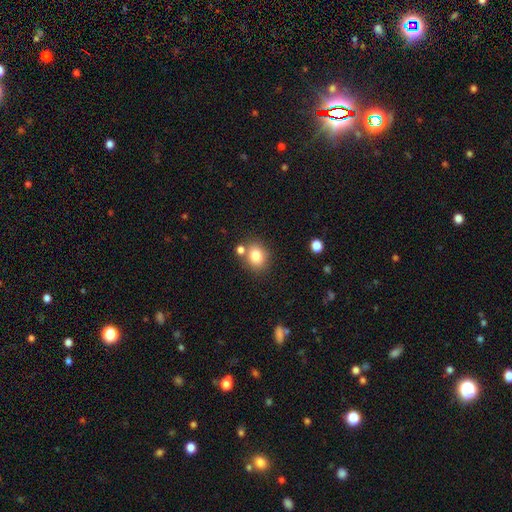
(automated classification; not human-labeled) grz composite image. It shows a smooth galaxy with no disk features (81%) that is round (59%). Merging: none (70%).